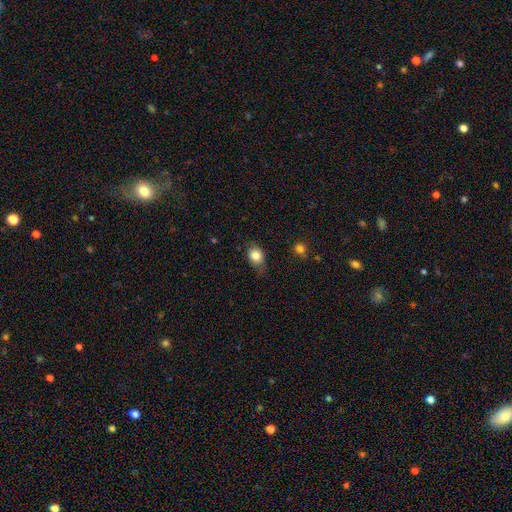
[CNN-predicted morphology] The model was most divided on "how rounded": in between: 55%, round: 44%, cigar-shaped: 1%. More confident: smooth or featured — smooth (81%); merging — none (58%).